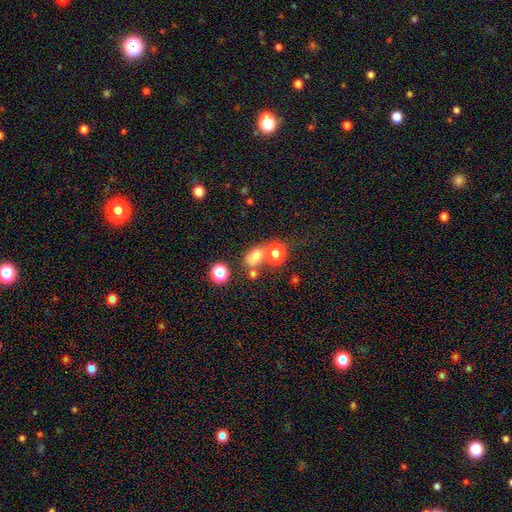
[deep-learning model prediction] This appears to be a smooth galaxy with no disk features (69%) that is in between round and cigar-shaped (56%). Merging: none (51%).